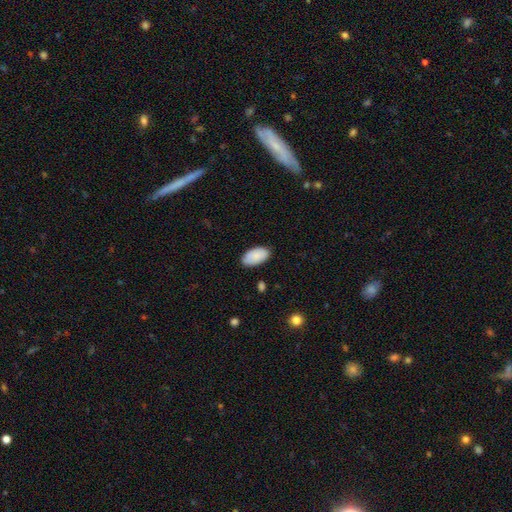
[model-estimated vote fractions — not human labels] This is clearly a smooth galaxy (88%). How rounded: clearly in between (96%). Merging: clearly none (84%).